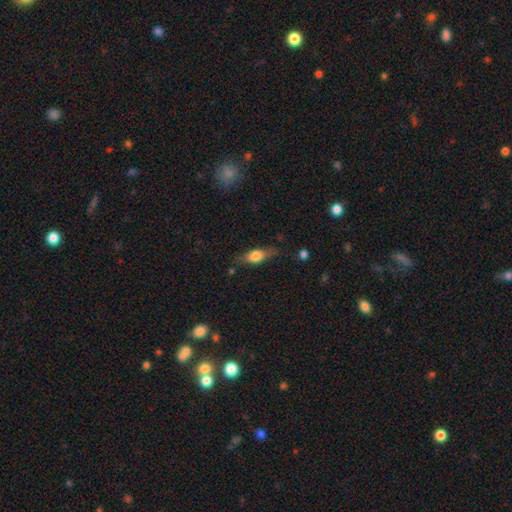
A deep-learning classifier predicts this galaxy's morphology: type=smooth (60%); roundness=in between (63%); merging=none (70%).